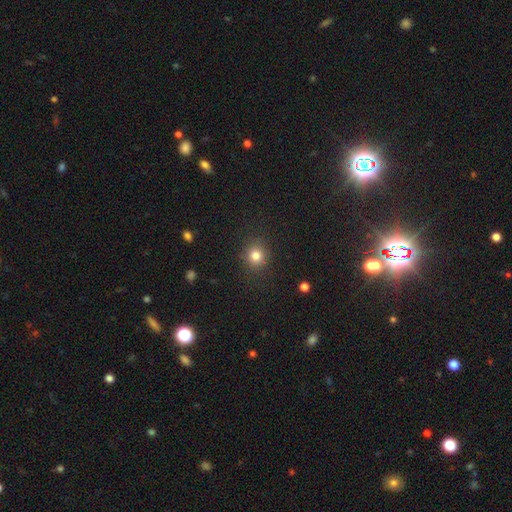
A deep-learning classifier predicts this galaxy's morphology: Smooth or featured: smooth — 82% (star or artifact — 13%)
How rounded: round — 87% (in between — 12%)
Merging: none — 88% (minor disturbance — 8%)